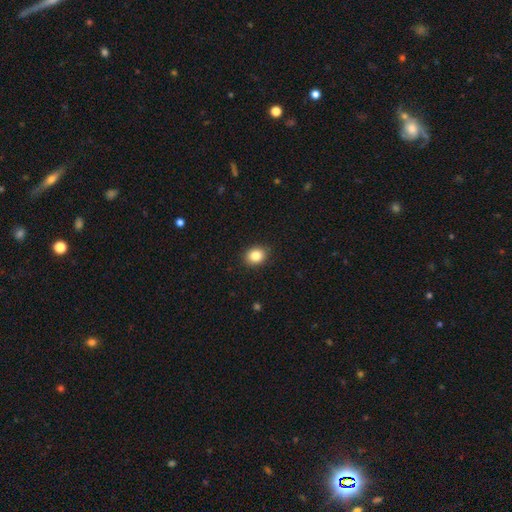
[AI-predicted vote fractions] Q: Smooth or featured?
A: smooth (85%); runner-up: star or artifact (9%)
Q: How rounded?
A: round (55%); runner-up: in between (45%)
Q: Merging?
A: none (90%); runner-up: minor disturbance (7%)